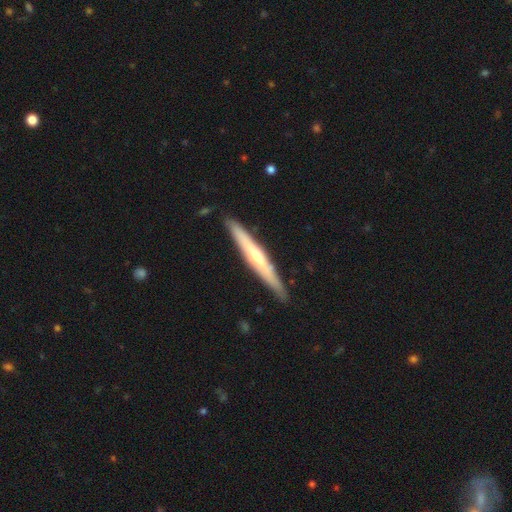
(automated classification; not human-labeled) Morphology: type=featured or disk (56%); edge-on=yes (95%); edge-on bulge=rounded (61%); merging=none (88%).